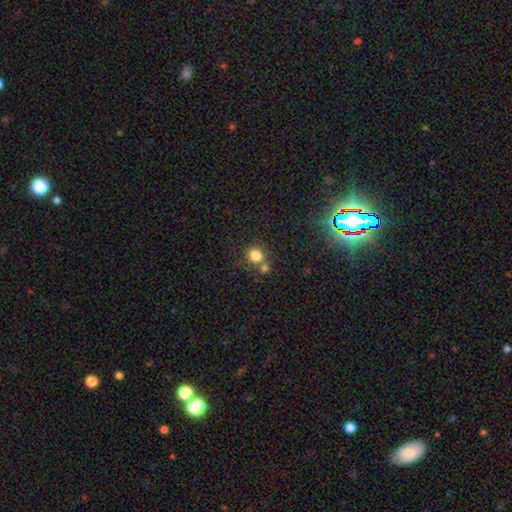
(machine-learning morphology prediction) smooth-or-featured: smooth: 80% | star or artifact: 13% | featured or disk: 7%
  how-rounded: round: 80% | in between: 19% | cigar-shaped: 1%
  merging: none: 58% | merger: 28% | minor disturbance: 10% | major disturbance: 4%